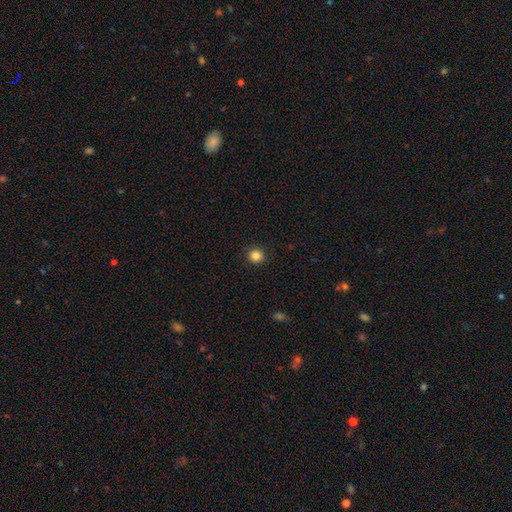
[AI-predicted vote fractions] smooth 85%, star or artifact 12%, featured or disk 4%. Down the decision tree: how rounded — round (94%); merging — none (92%).